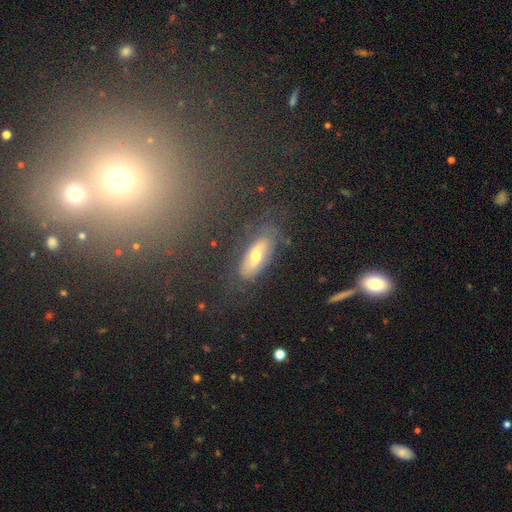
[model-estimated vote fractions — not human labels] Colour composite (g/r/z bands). It shows a featured or disk galaxy (47%). Merging: none (75%).